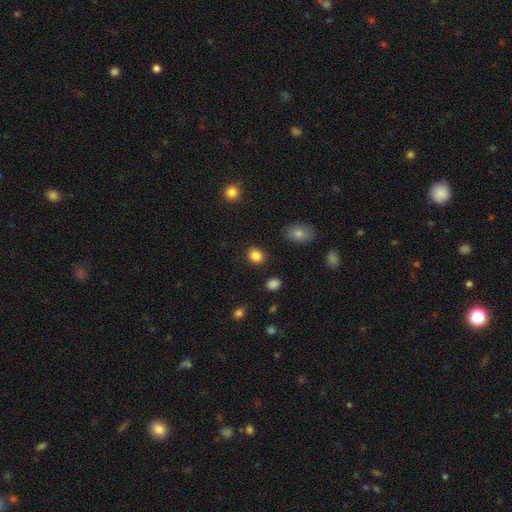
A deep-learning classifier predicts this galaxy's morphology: A smooth galaxy with no disk features (86%) that is round (65%). Merging: none (89%).